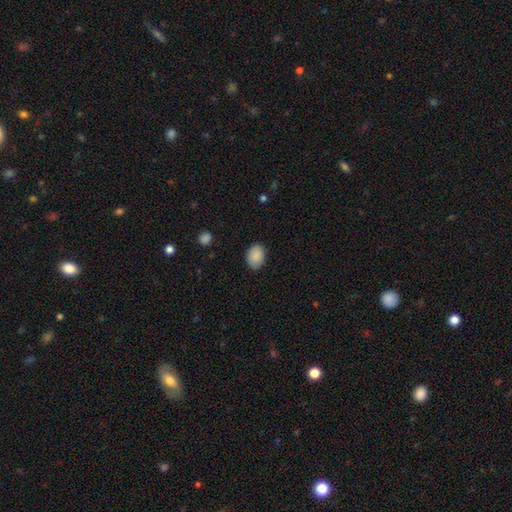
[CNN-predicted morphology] This is clearly a smooth galaxy (89%). How rounded: likely in between (73%). Merging: clearly none (85%).